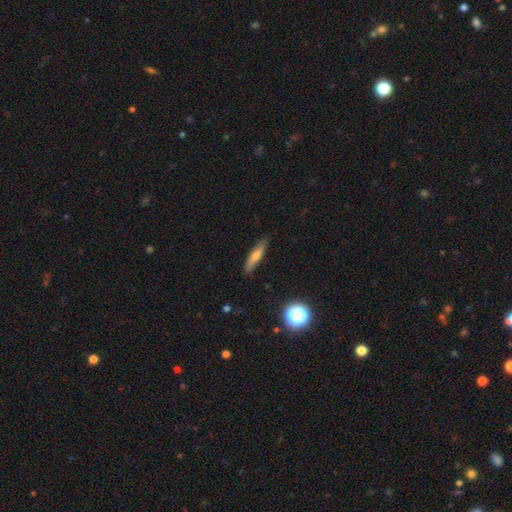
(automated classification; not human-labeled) smooth_or_featured: smooth (p=0.54) [alt: featured or disk p=0.38]
how_rounded: cigar-shaped (p=0.82) [alt: in between p=0.15]
merging: none (p=0.86) [alt: minor disturbance p=0.10]